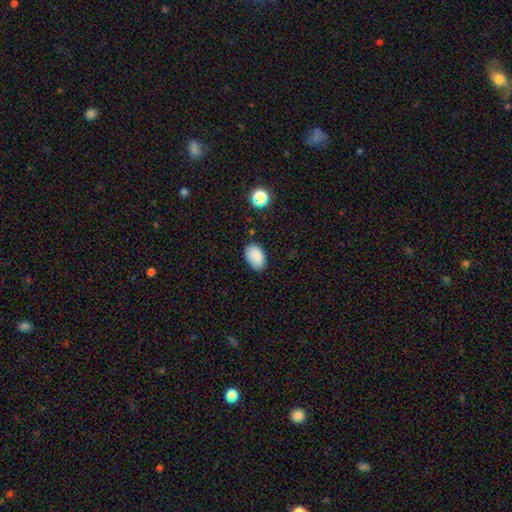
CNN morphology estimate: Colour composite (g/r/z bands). It shows a smooth galaxy with no disk features (87%) that is in between round and cigar-shaped (90%). Merging: none (78%).